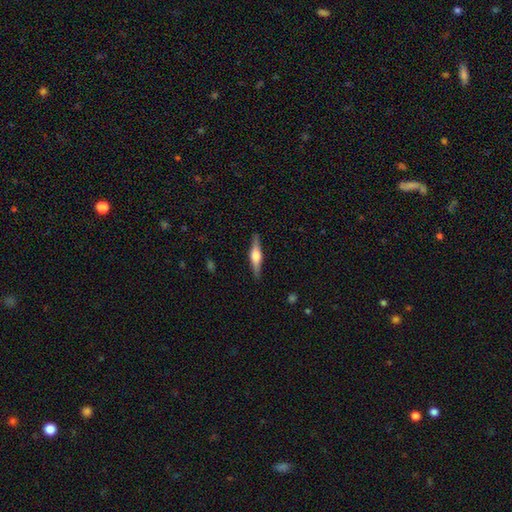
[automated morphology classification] A featured or disk galaxy (66%) viewed edge-on (97%) with a rounded central bulge (88%). Merging: none (89%).